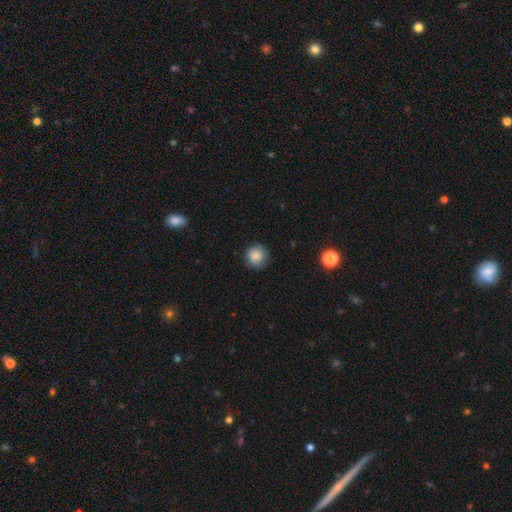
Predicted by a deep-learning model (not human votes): A smooth galaxy with no disk features (85%) that is round (93%).

Vote fractions:
- Smooth or featured? smooth: 85% / star or artifact: 9% / featured or disk: 6%
- How rounded? round: 93% / in between: 6% / cigar-shaped: 1%
- Merging? none: 85% / minor disturbance: 11% / major disturbance: 3% / merger: 1%